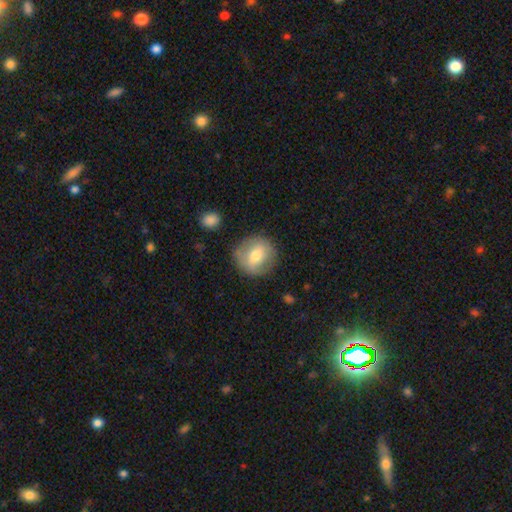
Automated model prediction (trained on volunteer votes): Smooth or featured? smooth (64%)
How rounded? round (90%)
Merging? none (83%)